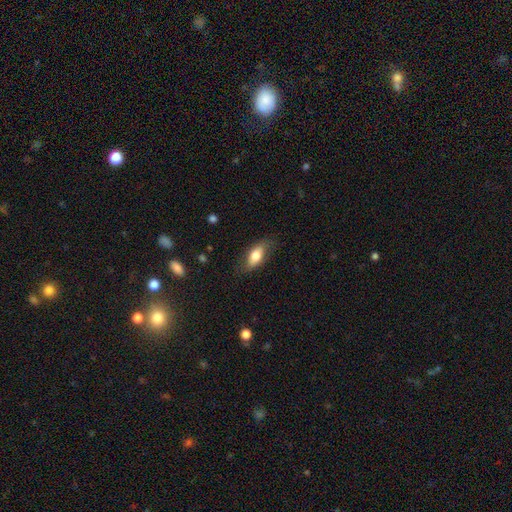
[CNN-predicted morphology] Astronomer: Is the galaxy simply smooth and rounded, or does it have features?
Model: smooth — 70%.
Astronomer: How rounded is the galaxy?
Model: in between — 82%.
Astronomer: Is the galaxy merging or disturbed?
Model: none — 74%.